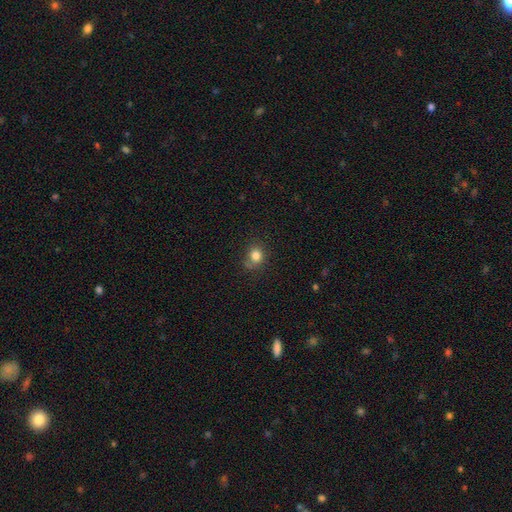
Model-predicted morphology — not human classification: A smooth galaxy with no disk features (82%) that is round (72%). Merging: none (68%).